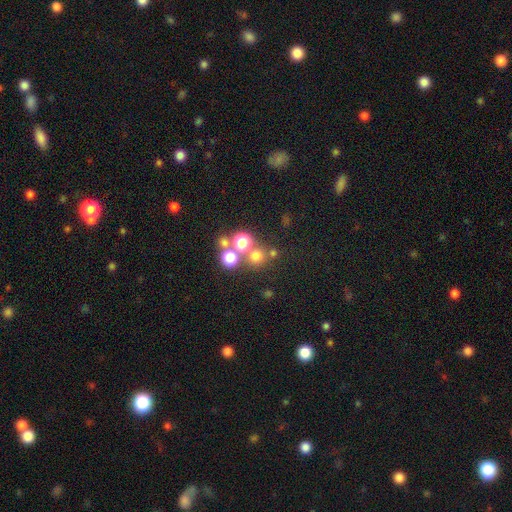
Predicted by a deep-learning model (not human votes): Smooth or featured? smooth (65%)
How rounded? round (91%)
Merging? none (62%)